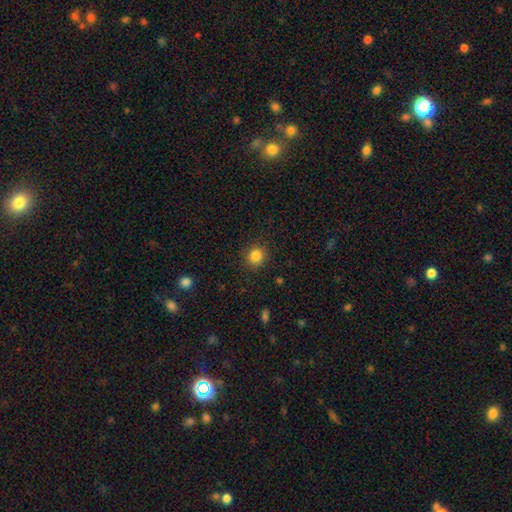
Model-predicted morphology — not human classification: Smooth or featured?
  - smooth: 85% *
  - star or artifact: 11%
  - featured or disk: 5%
How rounded?
  - round: 86% *
  - in between: 13%
  - cigar-shaped: 1%
Merging?
  - none: 89% *
  - minor disturbance: 7%
  - major disturbance: 3%
  - merger: 1%